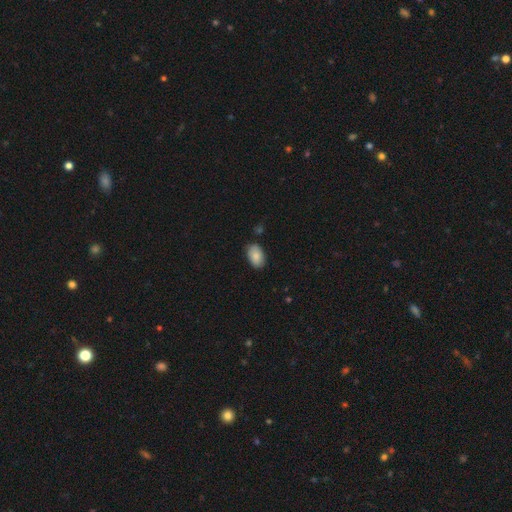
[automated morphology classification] smooth_or_featured: smooth (p=0.86) [alt: featured or disk p=0.07]
how_rounded: in between (p=0.92) [alt: round p=0.07]
merging: none (p=0.83) [alt: minor disturbance p=0.13]